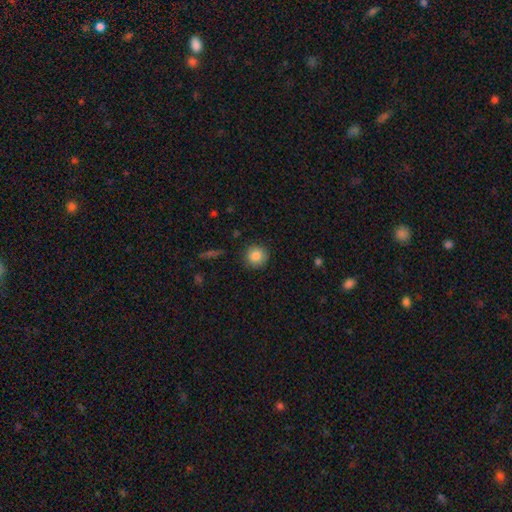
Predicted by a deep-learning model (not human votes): Smooth or featured: smooth — 86% (star or artifact — 9%)
How rounded: round — 93% (in between — 6%)
Merging: none — 89% (minor disturbance — 8%)